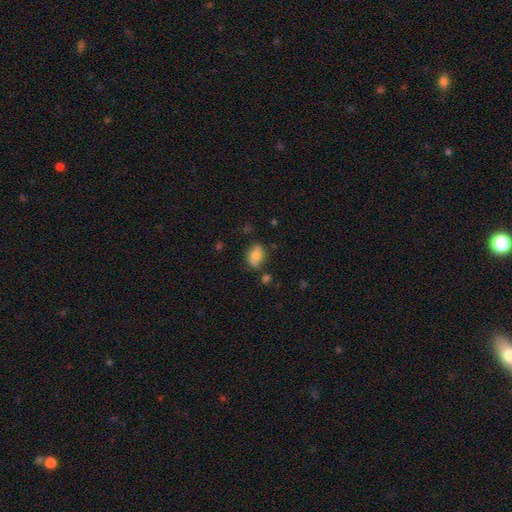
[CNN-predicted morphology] smooth 75%, featured or disk 16%, star or artifact 8%. Down the decision tree: how rounded — in between (80%); merging — none (74%).